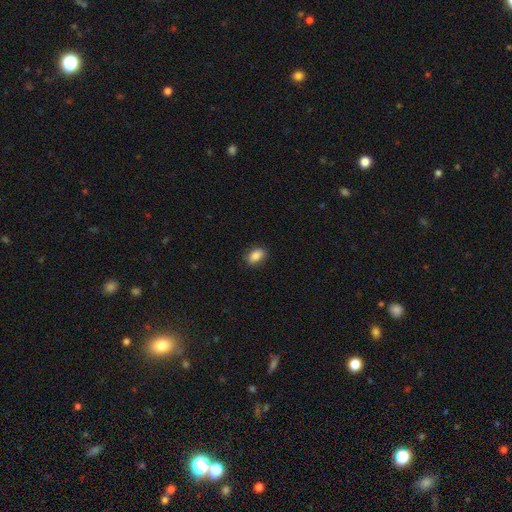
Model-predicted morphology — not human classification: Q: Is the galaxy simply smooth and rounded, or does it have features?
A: smooth — 88%.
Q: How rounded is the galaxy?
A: in between — 90%.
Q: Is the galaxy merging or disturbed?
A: none — 87%.